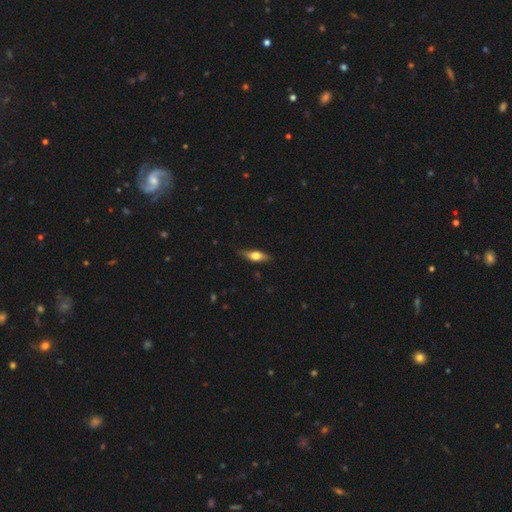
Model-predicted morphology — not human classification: A smooth galaxy with no disk features (52%) that is in between round and cigar-shaped (55%). Merging: none (81%).